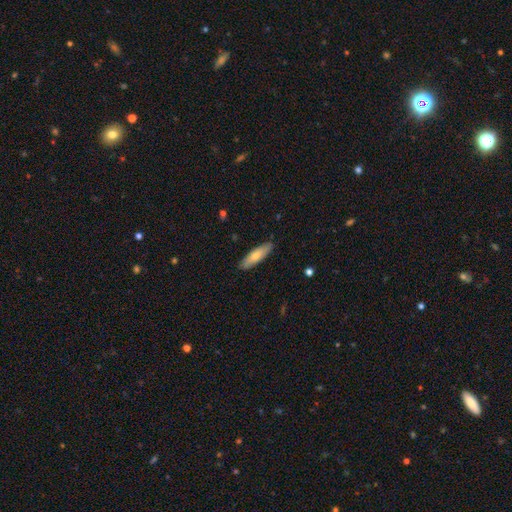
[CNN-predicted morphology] smooth-or-featured: smooth: 68% | featured or disk: 27% | star or artifact: 6%
  how-rounded: cigar-shaped: 62% | in between: 36% | round: 2%
  merging: none: 88% | minor disturbance: 9% | major disturbance: 2% | merger: 1%